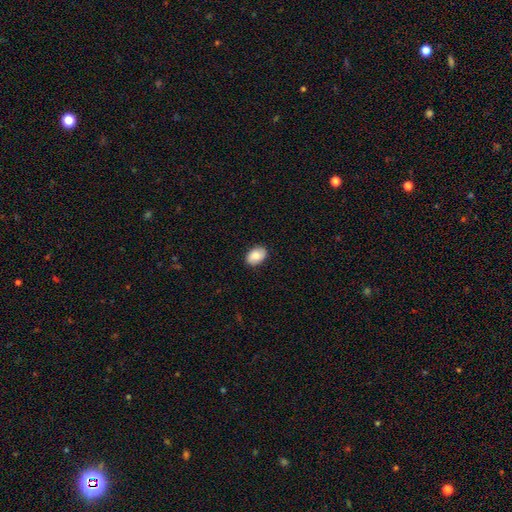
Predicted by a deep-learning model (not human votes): Smooth or featured?
  - smooth: 85% *
  - featured or disk: 8%
  - star or artifact: 7%
How rounded?
  - in between: 86% *
  - round: 13%
  - cigar-shaped: 1%
Merging?
  - none: 87% *
  - minor disturbance: 10%
  - major disturbance: 2%
  - merger: 1%